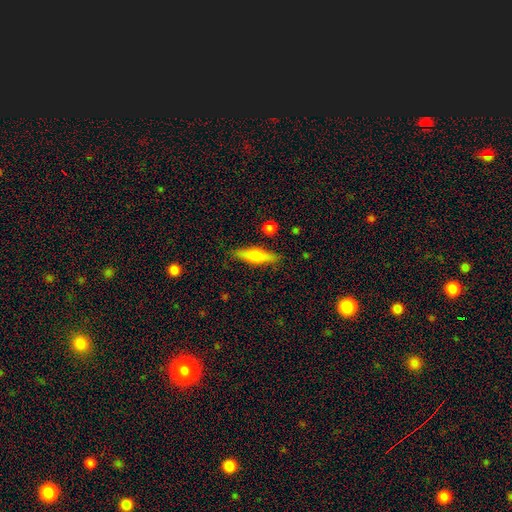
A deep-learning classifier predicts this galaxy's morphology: smooth 56%, featured or disk 38%, star or artifact 6%. Down the decision tree: how rounded — cigar-shaped (66%); merging — none (85%).